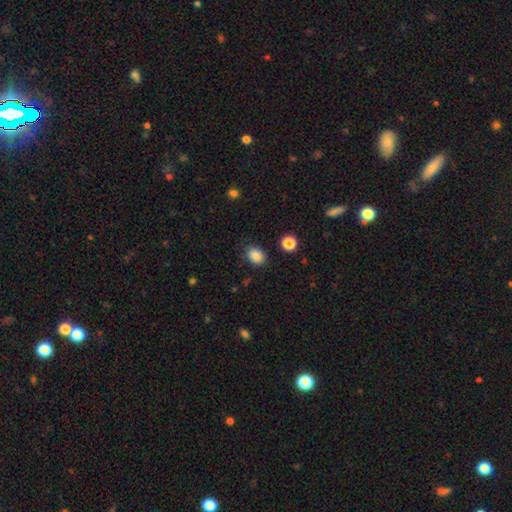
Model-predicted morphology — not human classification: smooth 86%, star or artifact 10%, featured or disk 4%. Down the decision tree: how rounded — in between (69%); merging — none (79%).